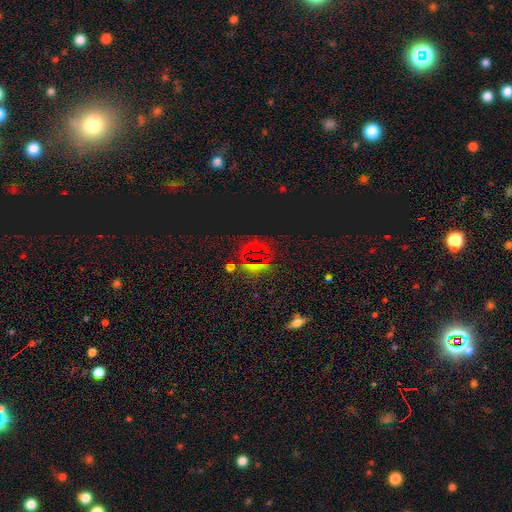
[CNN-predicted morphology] A star or artifact, not a galaxy (77%).

Vote fractions:
- Smooth or featured? star or artifact: 77% / smooth: 16% / featured or disk: 7%